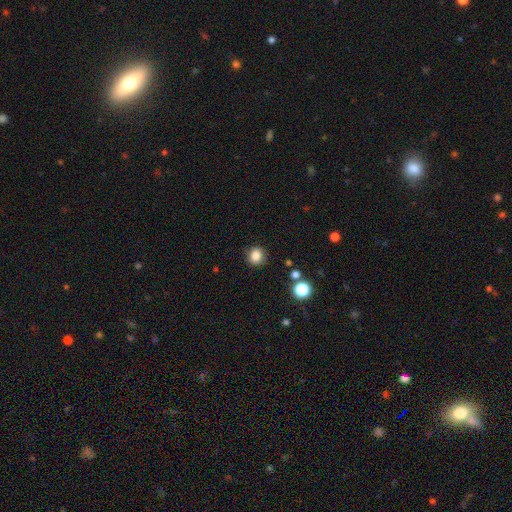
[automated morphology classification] This appears to be a smooth galaxy with no disk features (83%) that is round (82%). Merging: none (86%).